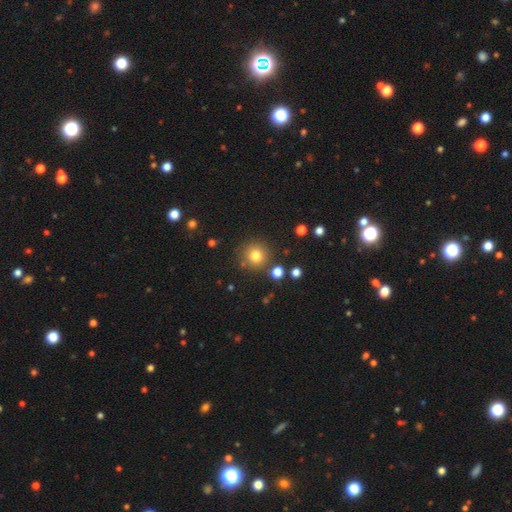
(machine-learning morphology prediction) smooth 79%, star or artifact 13%, featured or disk 8%. Down the decision tree: how rounded — round (93%); merging — none (83%).